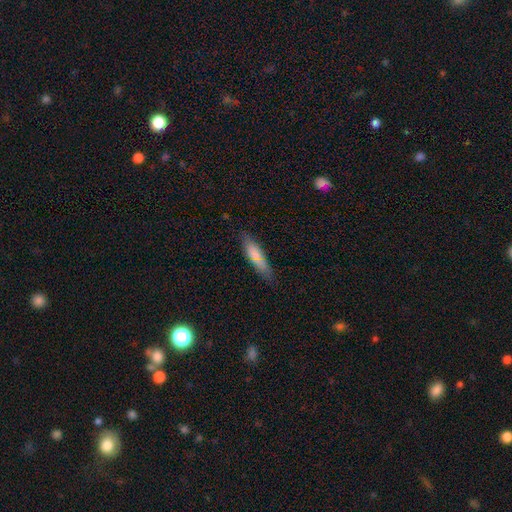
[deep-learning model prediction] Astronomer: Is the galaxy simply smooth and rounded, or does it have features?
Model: smooth — 75%.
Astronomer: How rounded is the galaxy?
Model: cigar-shaped — 64%.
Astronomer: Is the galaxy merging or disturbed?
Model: none — 79%.